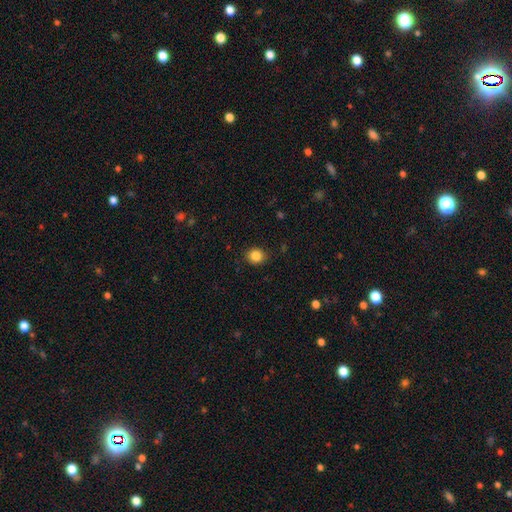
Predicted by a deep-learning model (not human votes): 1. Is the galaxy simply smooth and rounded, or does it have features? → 85% smooth, 10% star or artifact, 4% featured or disk.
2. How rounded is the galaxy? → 77% round, 22% in between, 1% cigar-shaped.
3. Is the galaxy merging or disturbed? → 88% none, 9% minor disturbance, 2% major disturbance, 1% merger.